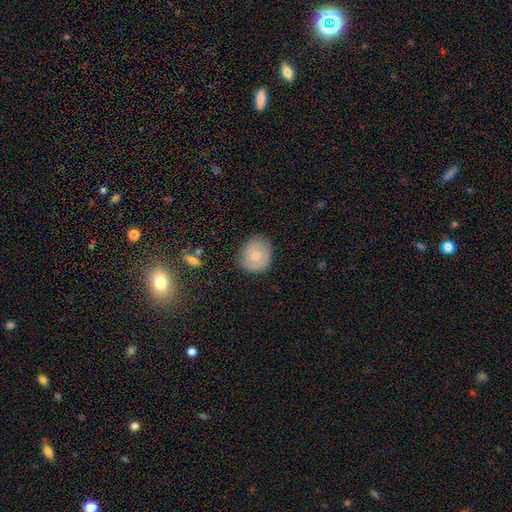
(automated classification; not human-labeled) Overall: smooth (67%). How rounded: round (73%). Merging: none (79%).